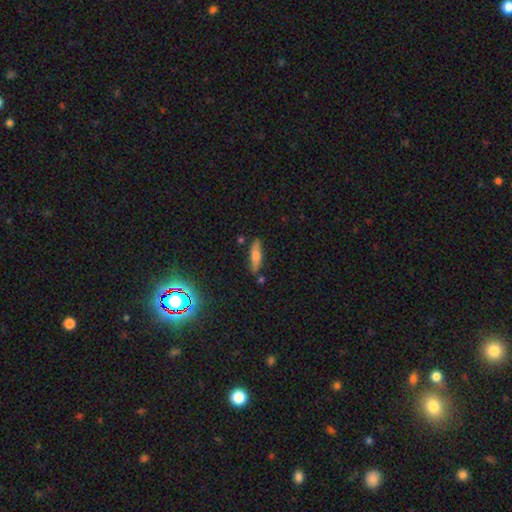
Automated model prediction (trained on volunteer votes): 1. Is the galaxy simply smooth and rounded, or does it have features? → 51% smooth, 35% featured or disk, 14% star or artifact.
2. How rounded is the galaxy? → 65% cigar-shaped, 32% in between, 4% round.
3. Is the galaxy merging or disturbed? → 81% none, 13% minor disturbance, 3% merger, 3% major disturbance.